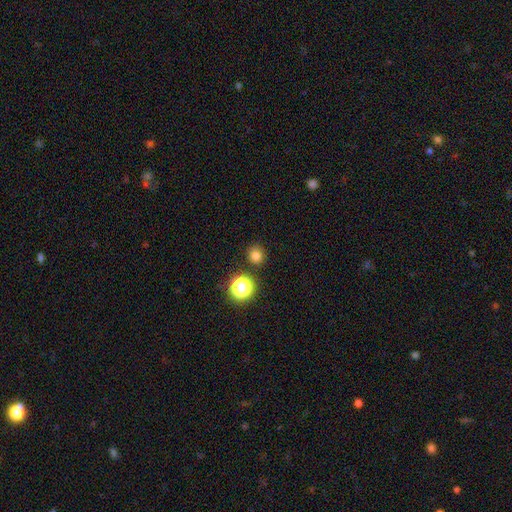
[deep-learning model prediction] A smooth galaxy with no disk features (76%) that is round (90%).

Vote fractions:
- Smooth or featured? smooth: 76% / star or artifact: 18% / featured or disk: 5%
- How rounded? round: 90% / in between: 9% / cigar-shaped: 1%
- Merging? none: 87% / minor disturbance: 7% / merger: 3% / major disturbance: 3%